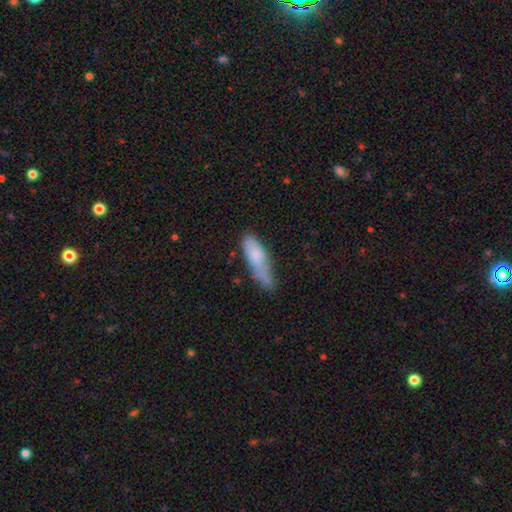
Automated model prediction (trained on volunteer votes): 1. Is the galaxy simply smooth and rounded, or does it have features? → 74% smooth, 19% featured or disk, 7% star or artifact.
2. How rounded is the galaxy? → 56% cigar-shaped, 43% in between, 2% round.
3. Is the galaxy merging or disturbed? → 44% none, 36% minor disturbance, 13% major disturbance, 7% merger.